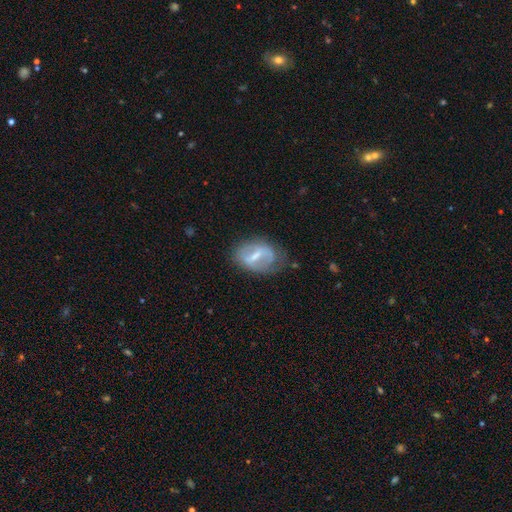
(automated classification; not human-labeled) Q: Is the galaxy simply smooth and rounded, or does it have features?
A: featured or disk — 64%.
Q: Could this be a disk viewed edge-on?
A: no — 94%.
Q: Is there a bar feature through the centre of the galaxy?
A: strong — 53%.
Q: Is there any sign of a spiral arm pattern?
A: no — 56%.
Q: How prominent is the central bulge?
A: small — 43%.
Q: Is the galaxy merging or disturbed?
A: none — 59%.